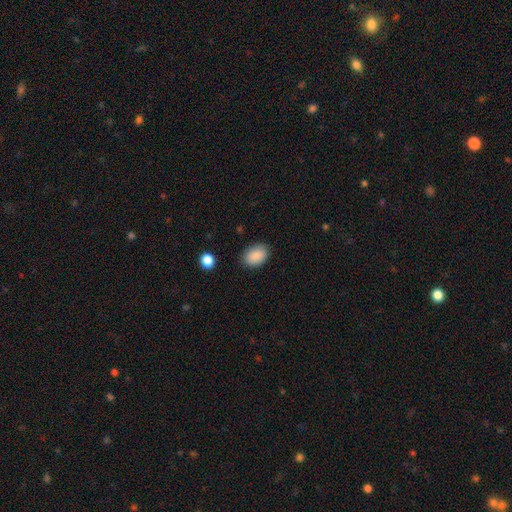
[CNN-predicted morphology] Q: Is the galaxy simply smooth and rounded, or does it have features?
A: smooth — 89%.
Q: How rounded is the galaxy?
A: in between — 84%.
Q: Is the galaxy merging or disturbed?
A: none — 85%.